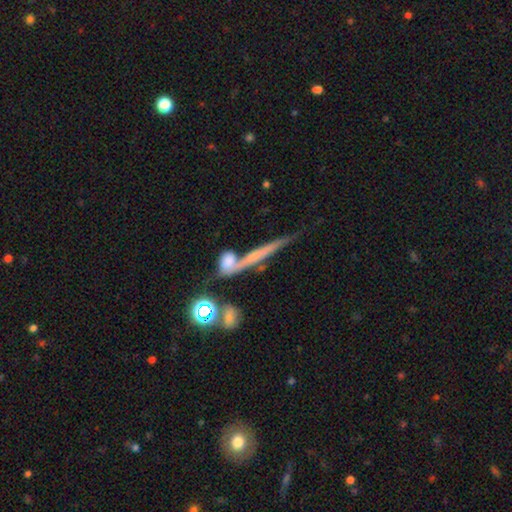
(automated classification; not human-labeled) Overall: featured or disk (52%; smooth 35%). Edge-on disk: yes (81%). Merging: none (47%; merger 30%).